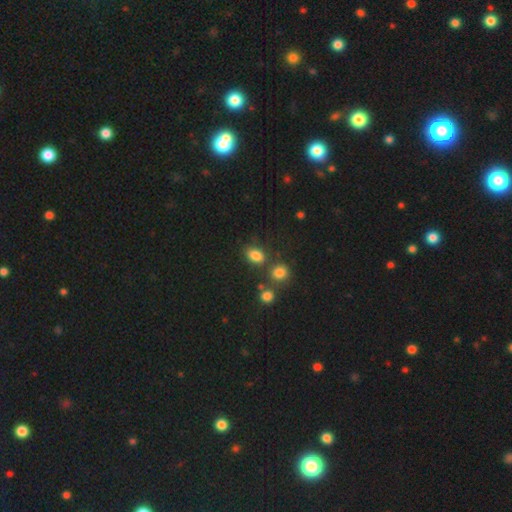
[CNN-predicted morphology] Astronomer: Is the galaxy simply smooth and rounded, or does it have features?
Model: smooth — 81%.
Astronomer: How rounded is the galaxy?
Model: in between — 76%.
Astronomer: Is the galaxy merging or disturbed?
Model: none — 67%.